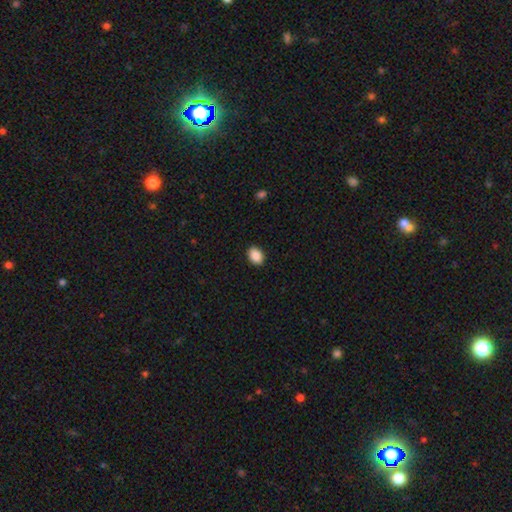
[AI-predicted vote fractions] A smooth galaxy with no disk features (89%) that is in between round and cigar-shaped (76%).

Vote fractions:
- Smooth or featured? smooth: 89% / star or artifact: 8% / featured or disk: 4%
- How rounded? in between: 76% / round: 23% / cigar-shaped: 1%
- Merging? none: 90% / minor disturbance: 7% / major disturbance: 2% / merger: 1%